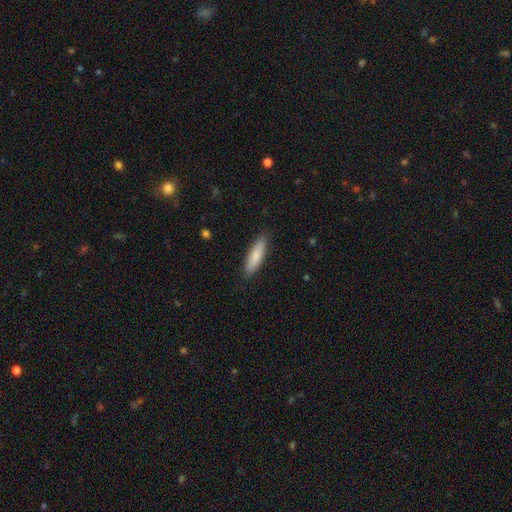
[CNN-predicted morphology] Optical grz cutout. It shows a smooth galaxy with no disk features (83%) that is cigar-shaped (65%). Merging: none (88%).